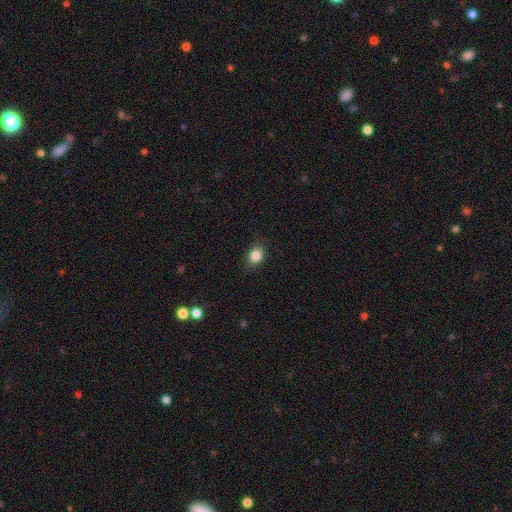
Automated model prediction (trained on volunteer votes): A smooth galaxy with no disk features (85%) that is round (50%).

Vote fractions:
- Smooth or featured? smooth: 85% / star or artifact: 10% / featured or disk: 6%
- How rounded? round: 50% / in between: 48% / cigar-shaped: 1%
- Merging? none: 81% / minor disturbance: 15% / major disturbance: 3% / merger: 1%